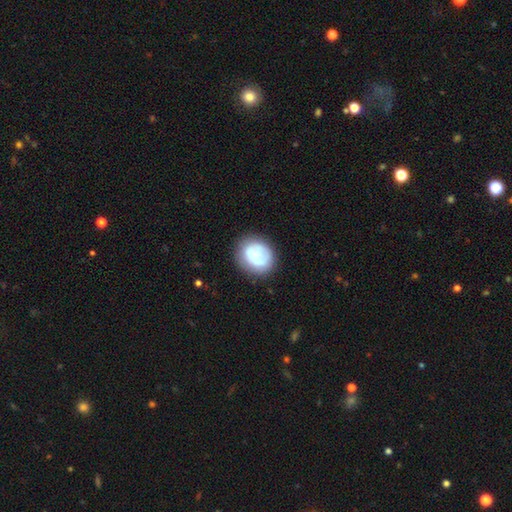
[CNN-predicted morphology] A smooth galaxy with no disk features (69%) that is round (61%). Merging: none (69%).